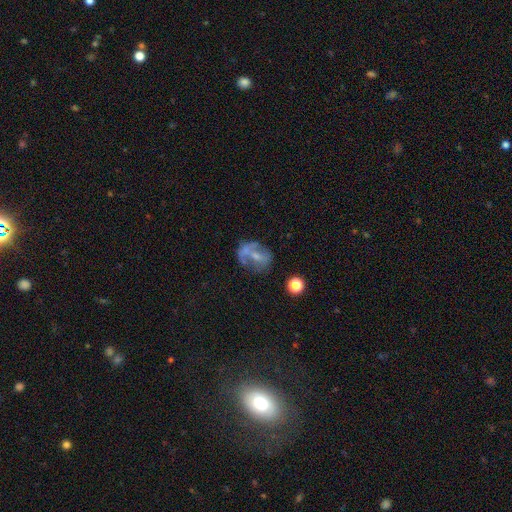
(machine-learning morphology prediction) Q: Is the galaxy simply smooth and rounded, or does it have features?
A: featured or disk — 51%.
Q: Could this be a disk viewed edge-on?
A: no — 97%.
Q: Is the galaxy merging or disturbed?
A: none — 42%.